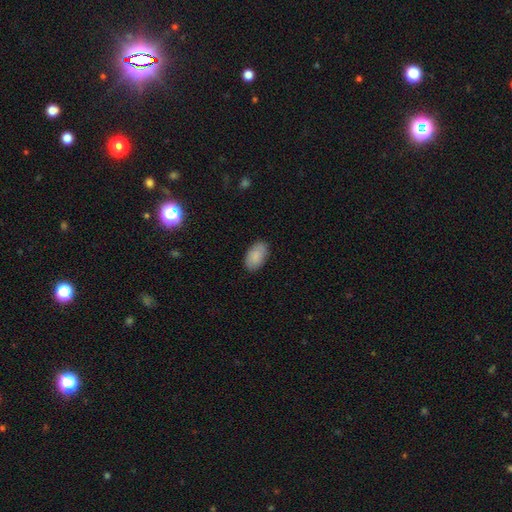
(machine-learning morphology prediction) This is clearly a smooth galaxy (88%). How rounded: clearly in between (94%). Merging: clearly none (87%).